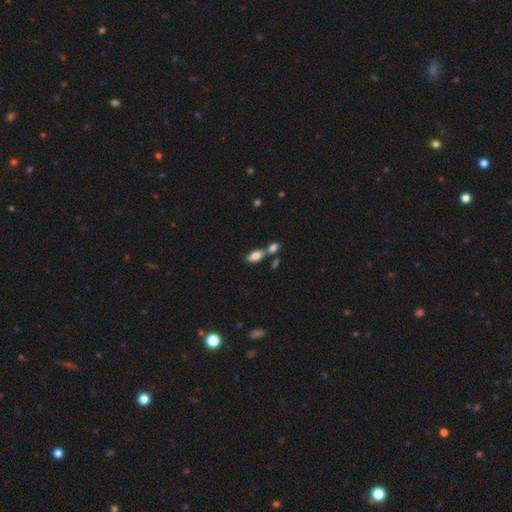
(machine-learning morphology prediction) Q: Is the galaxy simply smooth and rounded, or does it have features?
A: smooth — 80%.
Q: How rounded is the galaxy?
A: in between — 89%.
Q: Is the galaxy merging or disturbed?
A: none — 45%.